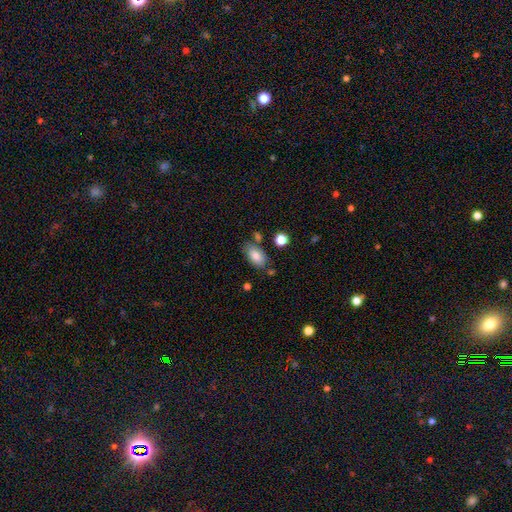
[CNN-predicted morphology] smooth-or-featured: smooth: 83% | featured or disk: 10% | star or artifact: 8%
  how-rounded: in between: 92% | round: 5% | cigar-shaped: 3%
  merging: none: 71% | minor disturbance: 17% | merger: 8% | major disturbance: 4%